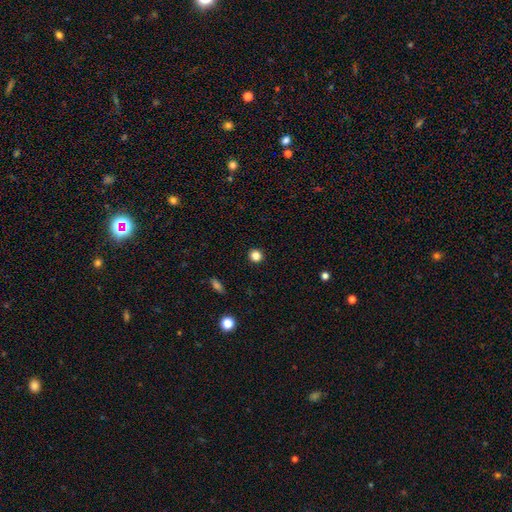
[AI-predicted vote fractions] Smooth or featured? smooth (84%)
How rounded? round (93%)
Merging? none (93%)